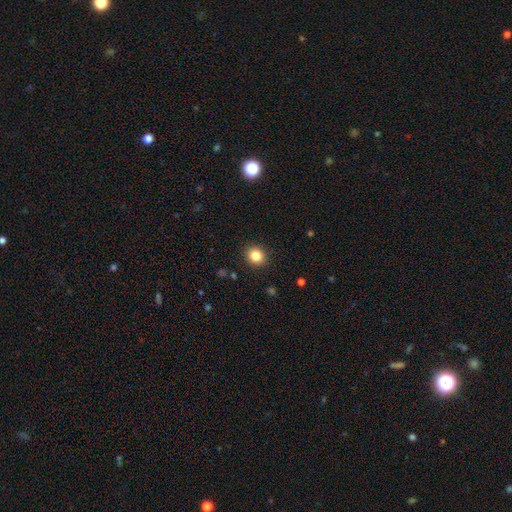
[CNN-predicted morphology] This appears to be a smooth galaxy with no disk features (85%) that is round (78%). Merging: none (90%).